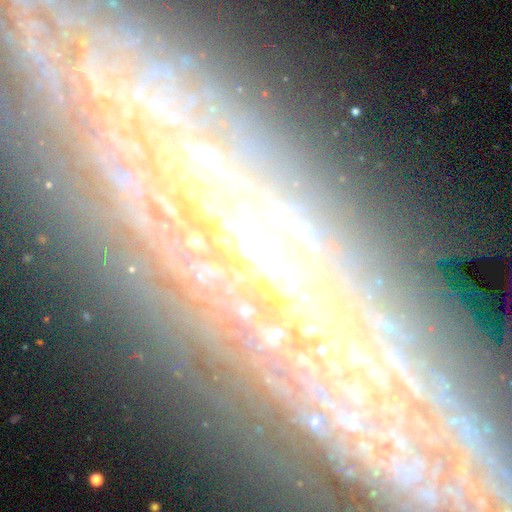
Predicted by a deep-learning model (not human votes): Smooth or featured? Predicted: featured or disk (p=0.72). Edge-on disk? Predicted: yes (p=0.53). Merging? Predicted: none (p=0.75).